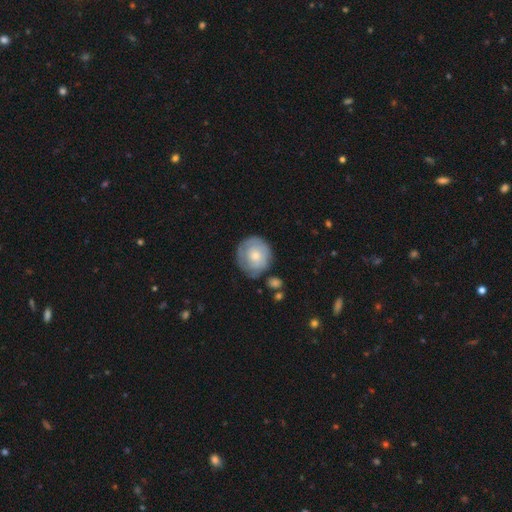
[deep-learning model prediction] Smooth or featured: smooth — 55% (featured or disk — 39%)
How rounded: round — 88% (in between — 11%)
Merging: none — 70% (minor disturbance — 20%)